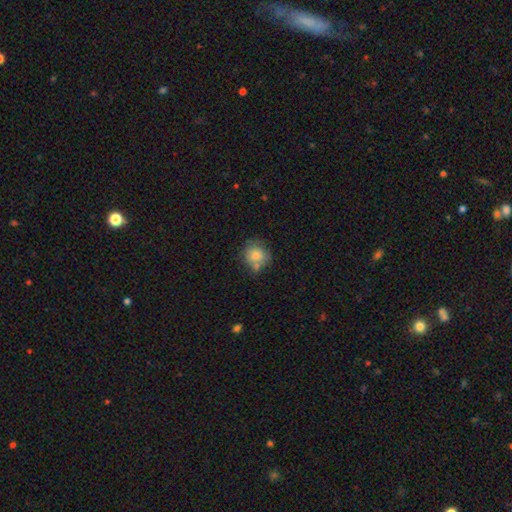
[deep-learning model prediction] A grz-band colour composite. It shows a smooth galaxy with no disk features (76%) that is round (81%). Merging: none (57%).